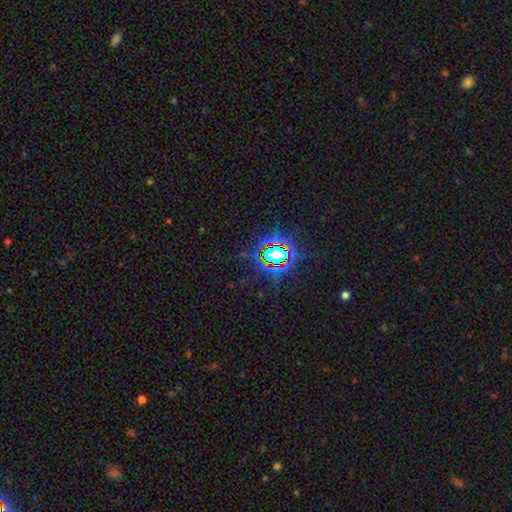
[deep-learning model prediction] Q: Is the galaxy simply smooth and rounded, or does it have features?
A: star or artifact — 82%.